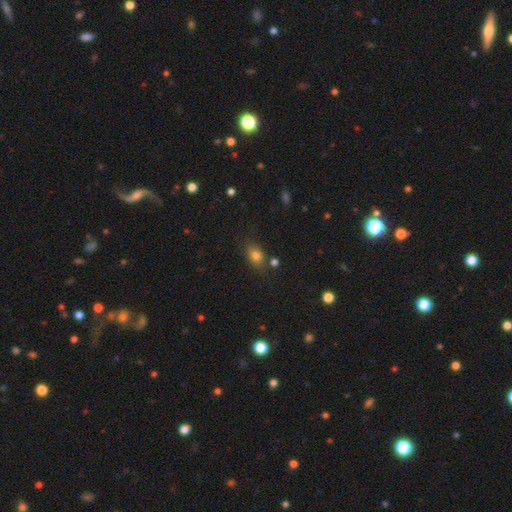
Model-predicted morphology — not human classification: Smooth or featured?
  - smooth: 78% *
  - star or artifact: 13%
  - featured or disk: 9%
How rounded?
  - in between: 65% *
  - round: 32%
  - cigar-shaped: 3%
Merging?
  - none: 69% *
  - minor disturbance: 18%
  - merger: 7%
  - major disturbance: 6%